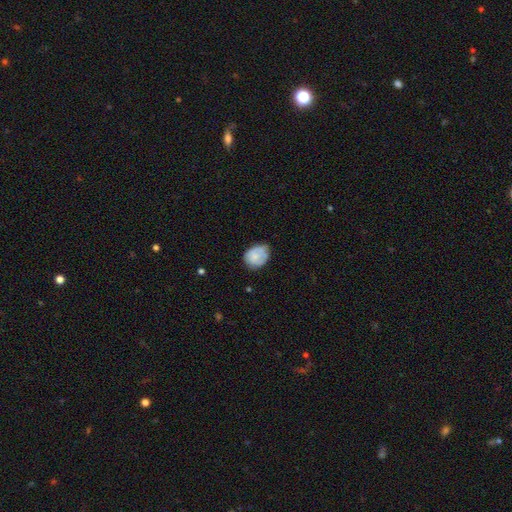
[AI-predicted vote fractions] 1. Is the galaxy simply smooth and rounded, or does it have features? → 70% smooth, 22% featured or disk, 7% star or artifact.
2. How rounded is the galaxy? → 55% in between, 44% round, 1% cigar-shaped.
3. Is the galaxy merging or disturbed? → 54% none, 36% minor disturbance, 8% major disturbance, 2% merger.